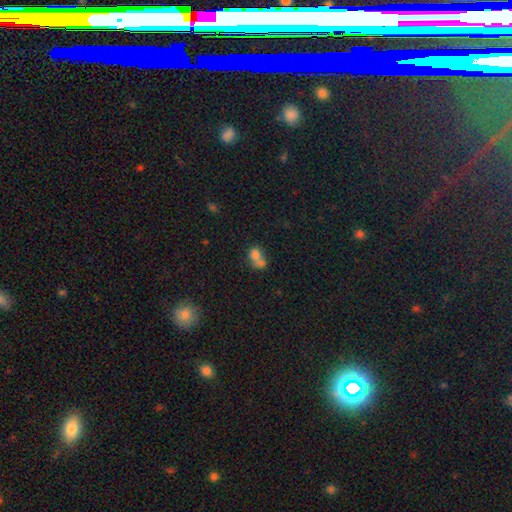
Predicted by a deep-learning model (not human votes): Q: Smooth or featured?
A: smooth (73%); runner-up: featured or disk (16%)
Q: How rounded?
A: round (53%); runner-up: in between (46%)
Q: Merging?
A: merger (63%); runner-up: none (22%)